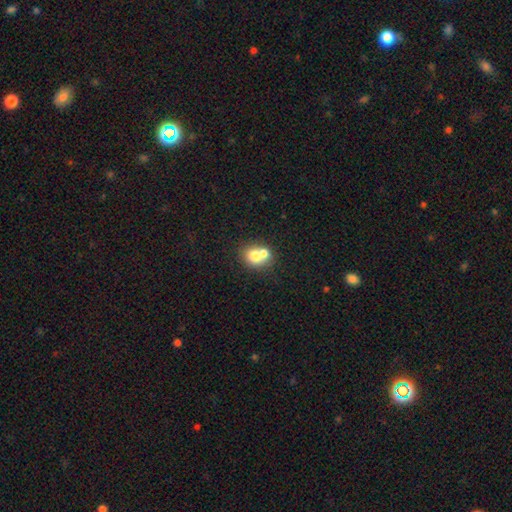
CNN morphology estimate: Overall: smooth (71%). How rounded: round (68%; in between 31%). Merging: merger (57%; none 33%).